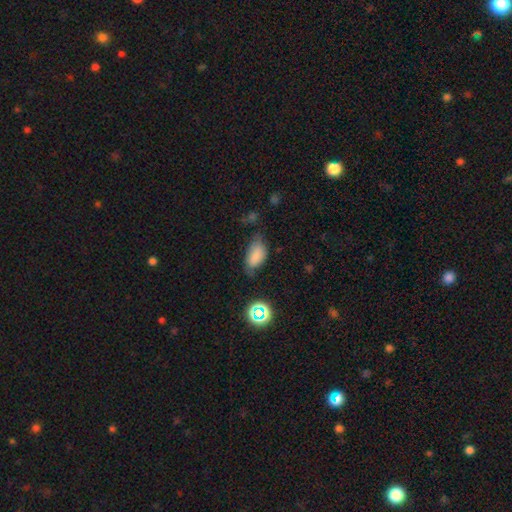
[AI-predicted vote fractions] Smooth or featured?
  - smooth: 73% *
  - featured or disk: 14%
  - star or artifact: 13%
How rounded?
  - in between: 91% *
  - round: 6%
  - cigar-shaped: 3%
Merging?
  - none: 46% *
  - minor disturbance: 35%
  - major disturbance: 15%
  - merger: 4%